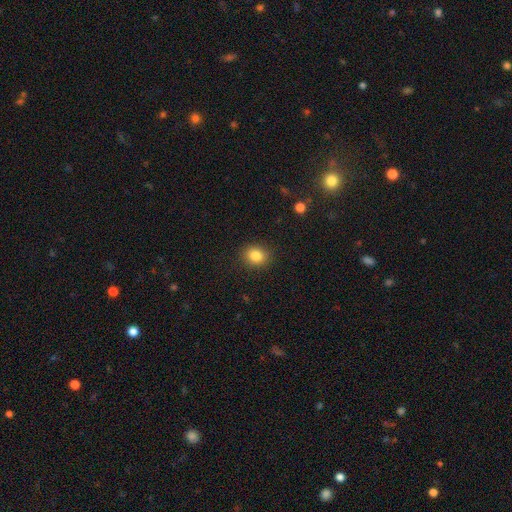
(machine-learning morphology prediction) This appears to be a smooth galaxy with no disk features (84%) that is round (63%). Merging: none (89%).